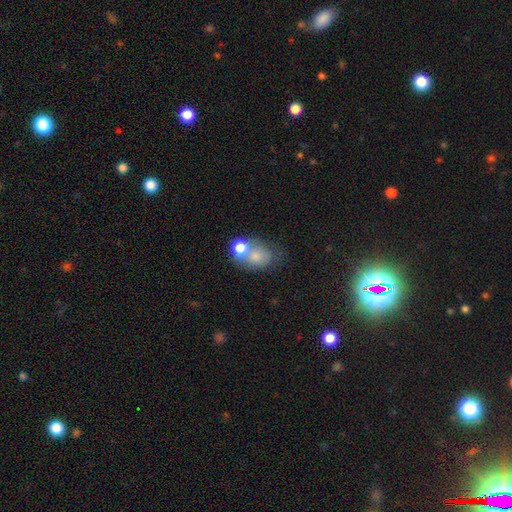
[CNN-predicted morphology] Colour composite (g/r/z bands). It shows a smooth galaxy with no disk features (68%) that is round (50%). Merging: merger (39%).